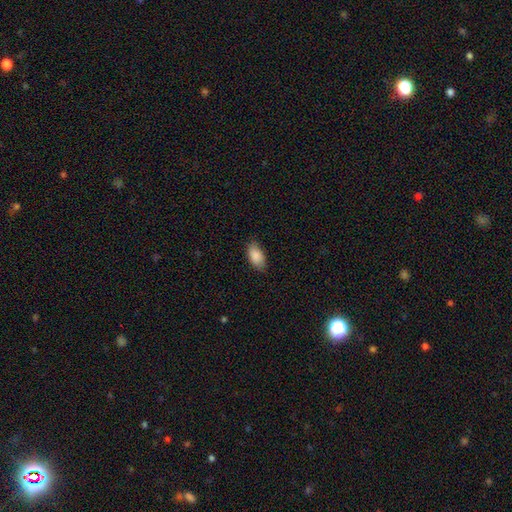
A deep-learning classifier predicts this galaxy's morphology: A smooth galaxy with no disk features (89%) that is in between round and cigar-shaped (94%).

Vote fractions:
- Smooth or featured? smooth: 89% / star or artifact: 6% / featured or disk: 5%
- How rounded? in between: 94% / cigar-shaped: 3% / round: 3%
- Merging? none: 82% / minor disturbance: 14% / major disturbance: 3% / merger: 1%